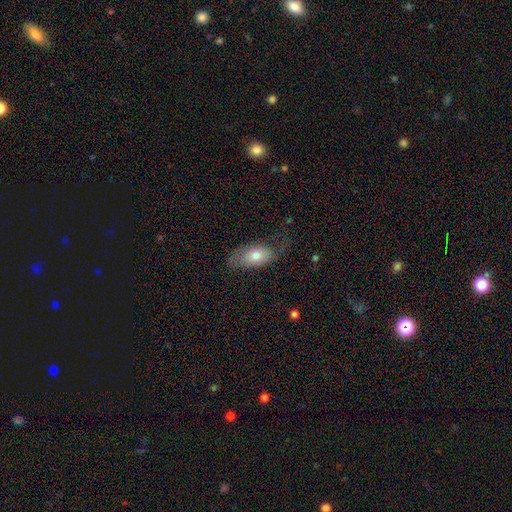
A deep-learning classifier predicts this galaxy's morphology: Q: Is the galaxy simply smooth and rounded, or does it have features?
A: smooth — 66%.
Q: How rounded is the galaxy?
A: in between — 90%.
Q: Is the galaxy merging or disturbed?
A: none — 49%.